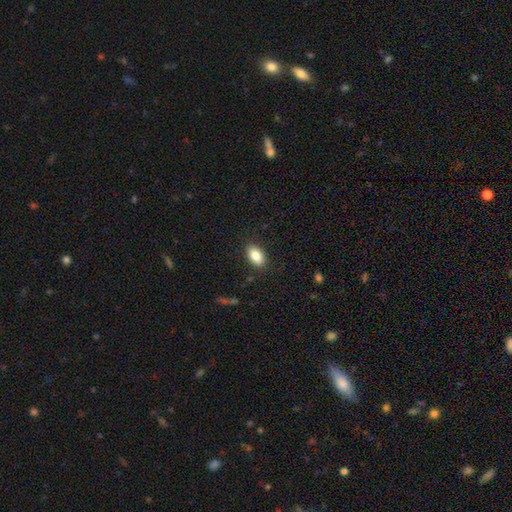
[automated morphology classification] smooth-or-featured: smooth: 86% | star or artifact: 7% | featured or disk: 7%
  how-rounded: in between: 91% | round: 6% | cigar-shaped: 3%
  merging: none: 87% | minor disturbance: 10% | major disturbance: 2% | merger: 1%